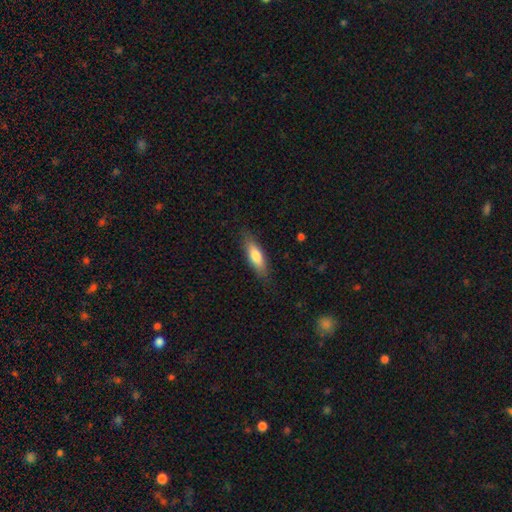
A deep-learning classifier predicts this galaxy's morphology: Smooth or featured? Predicted: smooth (p=0.73). How rounded? Predicted: cigar-shaped (p=0.51). Merging? Predicted: none (p=0.83).